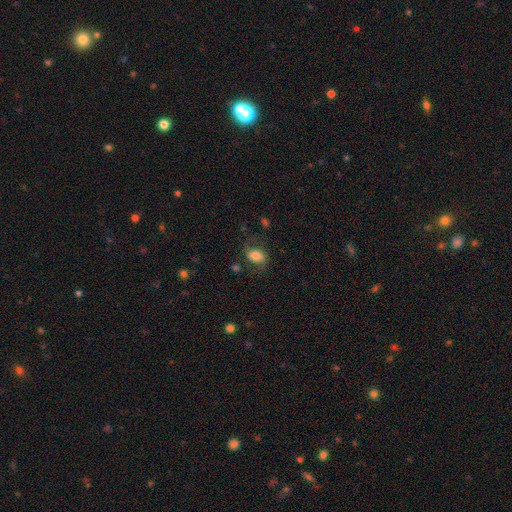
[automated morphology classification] smooth 65%, featured or disk 25%, star or artifact 9%. Down the decision tree: how rounded — in between (75%); merging — none (64%).